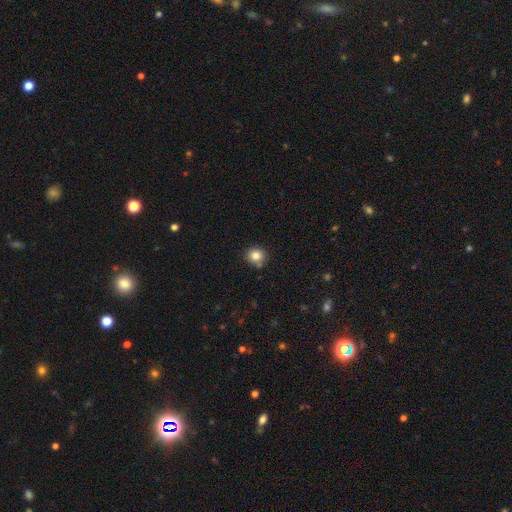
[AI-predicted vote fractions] This is clearly a smooth galaxy (84%). How rounded: clearly round (88%). Merging: likely none (80%).